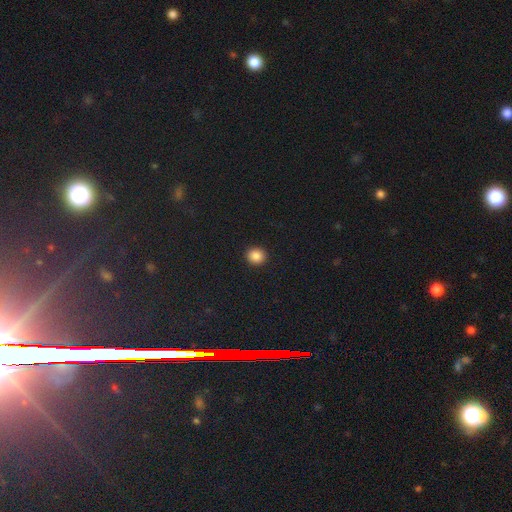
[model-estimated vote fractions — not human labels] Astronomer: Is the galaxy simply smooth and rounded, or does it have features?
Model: smooth — 87%.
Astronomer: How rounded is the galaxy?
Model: round — 86%.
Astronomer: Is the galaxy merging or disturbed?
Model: none — 93%.